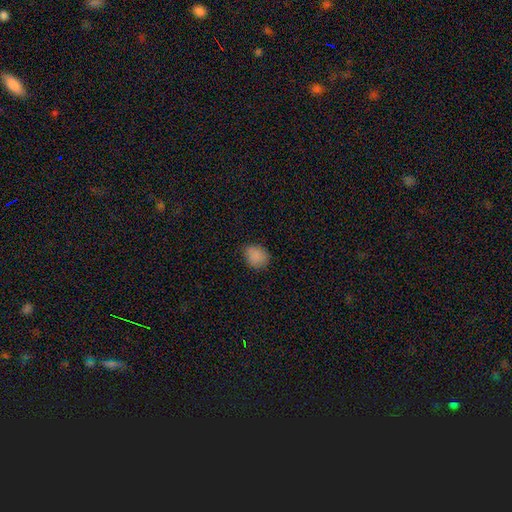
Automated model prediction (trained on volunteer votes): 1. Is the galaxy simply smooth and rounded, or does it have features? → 85% smooth, 11% star or artifact, 4% featured or disk.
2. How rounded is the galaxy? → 55% round, 44% in between, 1% cigar-shaped.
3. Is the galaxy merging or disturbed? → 75% none, 20% minor disturbance, 4% major disturbance, 1% merger.